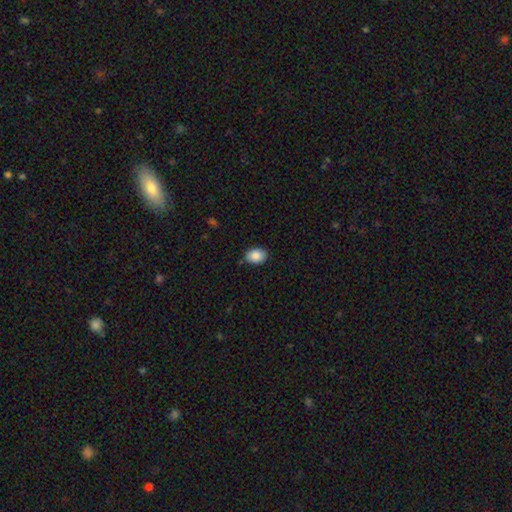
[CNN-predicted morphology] Overall: smooth (88%). How rounded: in between (75%). Merging: none (85%).